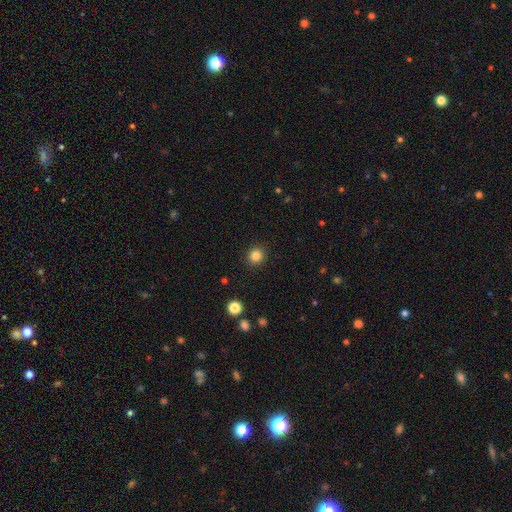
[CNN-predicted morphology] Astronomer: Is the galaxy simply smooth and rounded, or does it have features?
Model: smooth — 83%.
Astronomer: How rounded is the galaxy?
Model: round — 93%.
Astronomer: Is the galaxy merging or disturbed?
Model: none — 92%.